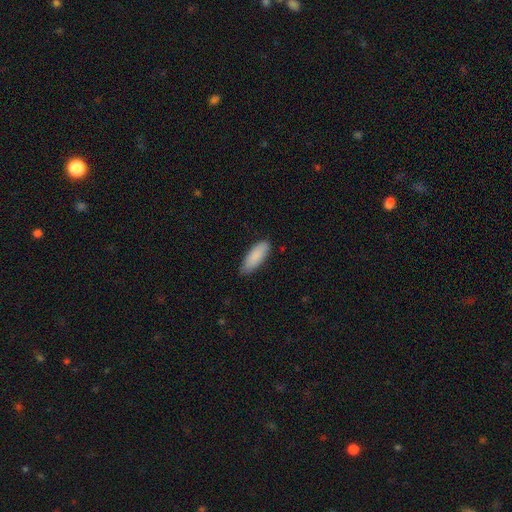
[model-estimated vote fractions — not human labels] Q: Smooth or featured?
A: smooth (88%); runner-up: featured or disk (6%)
Q: How rounded?
A: in between (68%); runner-up: cigar-shaped (30%)
Q: Merging?
A: none (80%); runner-up: minor disturbance (17%)